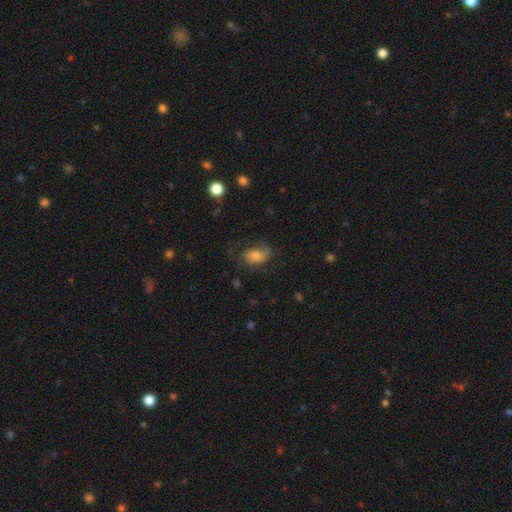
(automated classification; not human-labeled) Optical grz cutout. It shows a featured or disk galaxy (49%). Merging: none (56%).